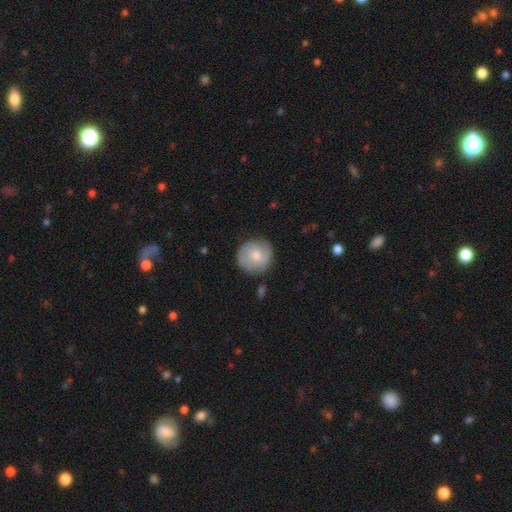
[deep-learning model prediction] The model was most divided on "smooth or featured": smooth: 61%, featured or disk: 33%, star or artifact: 6%. More confident: how rounded — round (92%); merging — none (81%).